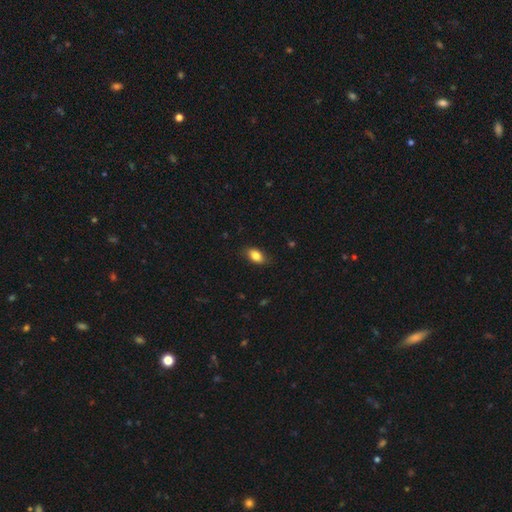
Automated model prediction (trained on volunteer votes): Smooth or featured?
  - smooth: 84% *
  - featured or disk: 8%
  - star or artifact: 8%
How rounded?
  - in between: 88% *
  - round: 8%
  - cigar-shaped: 3%
Merging?
  - none: 83% *
  - minor disturbance: 14%
  - major disturbance: 3%
  - merger: 1%